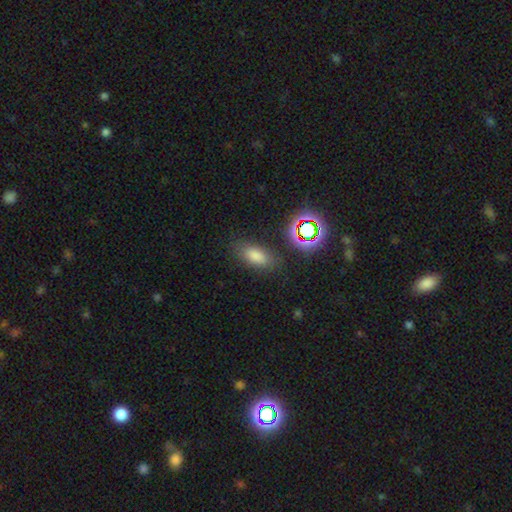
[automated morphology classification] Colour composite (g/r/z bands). It shows a smooth galaxy with no disk features (72%) that is in between round and cigar-shaped (84%). Merging: none (81%).